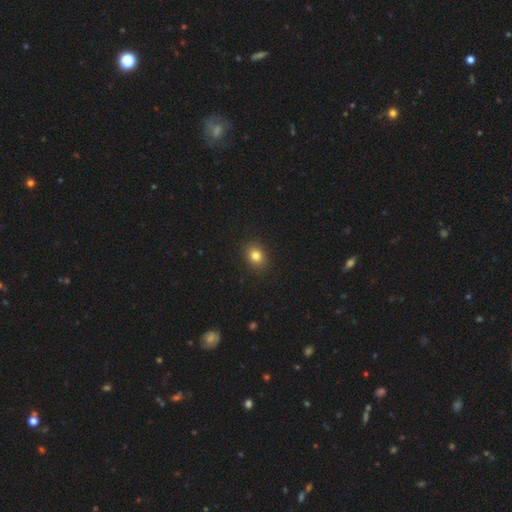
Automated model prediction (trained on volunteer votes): smooth 81%, star or artifact 12%, featured or disk 7%. Down the decision tree: how rounded — round (54%); merging — none (91%).